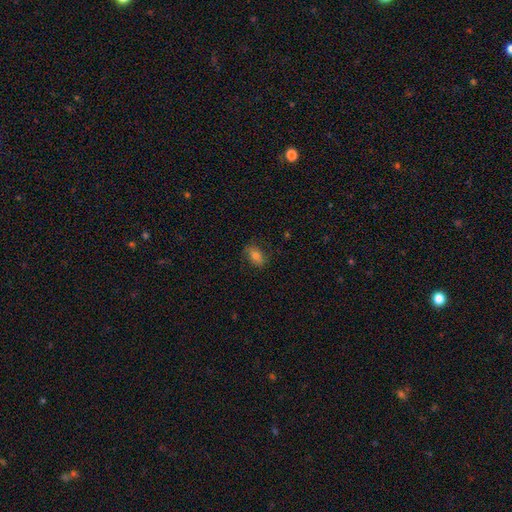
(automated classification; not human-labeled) Smooth or featured? smooth (73%)
How rounded? in between (83%)
Merging? none (78%)